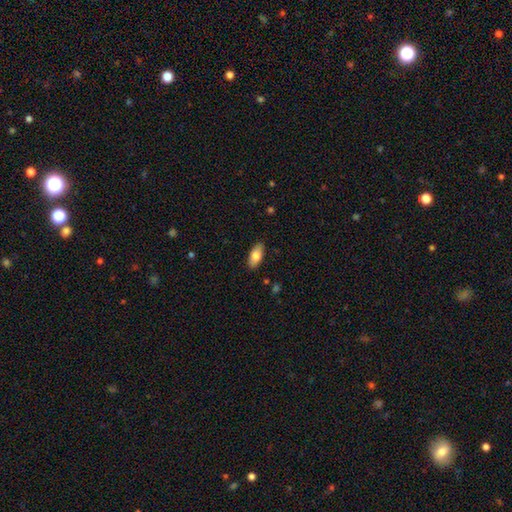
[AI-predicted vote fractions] A smooth galaxy with no disk features (80%) that is in between round and cigar-shaped (86%). Merging: none (88%).